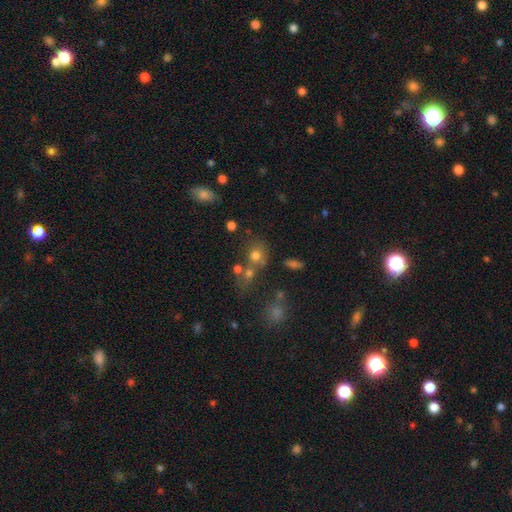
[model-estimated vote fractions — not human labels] Q: Smooth or featured?
A: smooth (70%); runner-up: star or artifact (16%)
Q: How rounded?
A: round (75%); runner-up: in between (24%)
Q: Merging?
A: none (46%); runner-up: merger (35%)